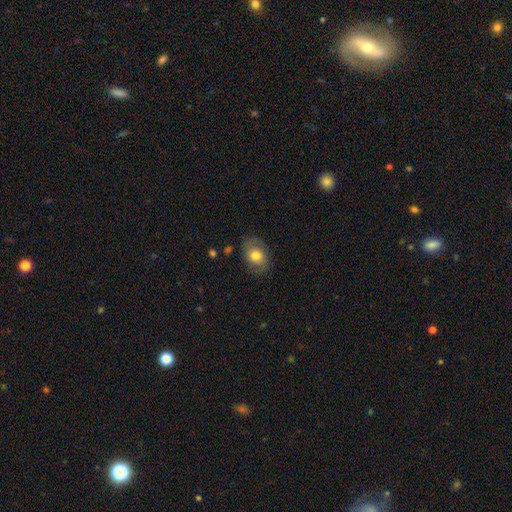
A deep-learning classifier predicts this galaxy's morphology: smooth-or-featured: smooth: 72% | featured or disk: 20% | star or artifact: 8%
  how-rounded: in between: 71% | round: 28% | cigar-shaped: 1%
  merging: none: 76% | minor disturbance: 17% | major disturbance: 5% | merger: 1%